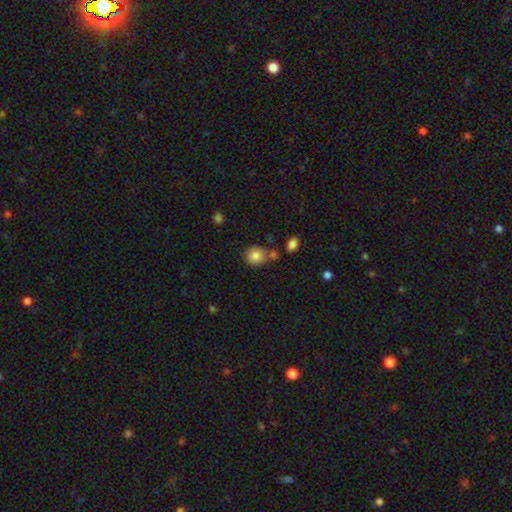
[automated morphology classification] type=smooth (84%); roundness=round (82%); merging=none (68%).